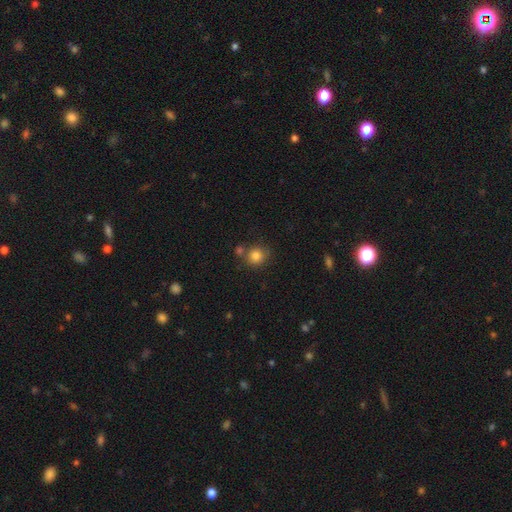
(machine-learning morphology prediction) smooth 82%, star or artifact 11%, featured or disk 7%. Down the decision tree: how rounded — round (88%); merging — none (67%).